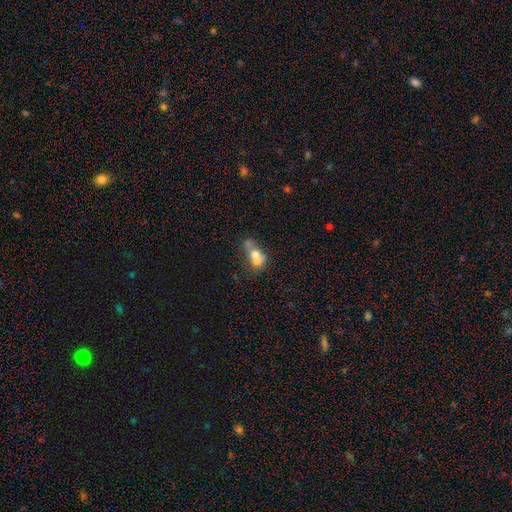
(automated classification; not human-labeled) The model was most divided on "how rounded": in between: 61%, round: 33%, cigar-shaped: 6%. More confident: smooth or featured — smooth (61%); merging — merger (54%).